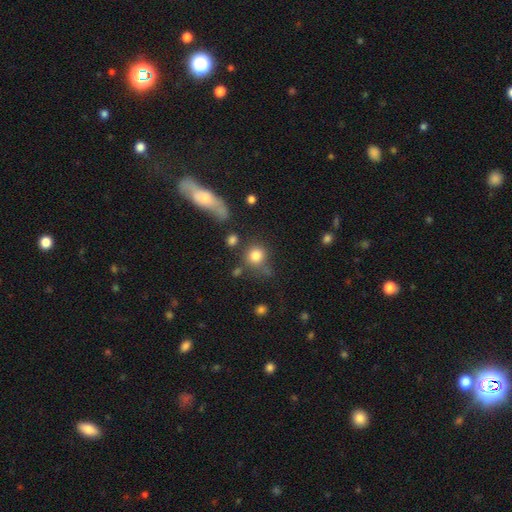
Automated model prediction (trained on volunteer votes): smooth_or_featured: smooth (p=0.81) [alt: star or artifact p=0.11]
how_rounded: round (p=0.85) [alt: in between p=0.14]
merging: none (p=0.61) [alt: minor disturbance p=0.17]